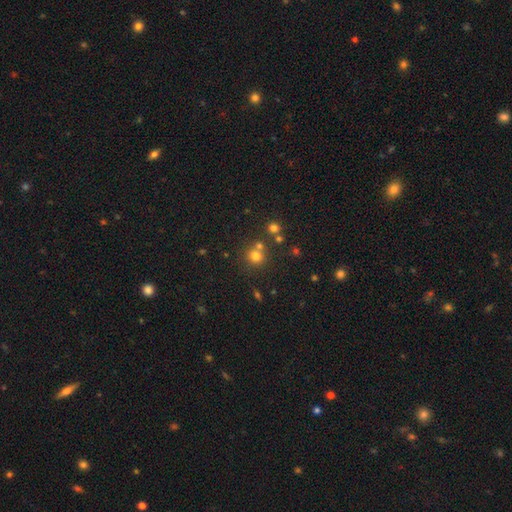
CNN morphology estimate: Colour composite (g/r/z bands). It shows a smooth galaxy with no disk features (72%) that is round (87%). Merging: none (64%).